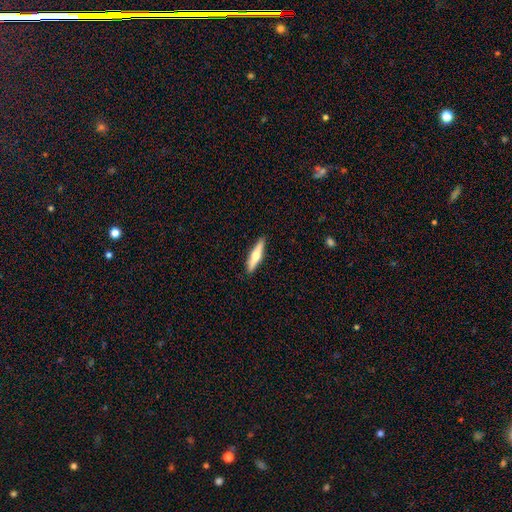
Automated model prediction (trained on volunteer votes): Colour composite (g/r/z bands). It shows a smooth galaxy with no disk features (48%). Merging: none (90%).